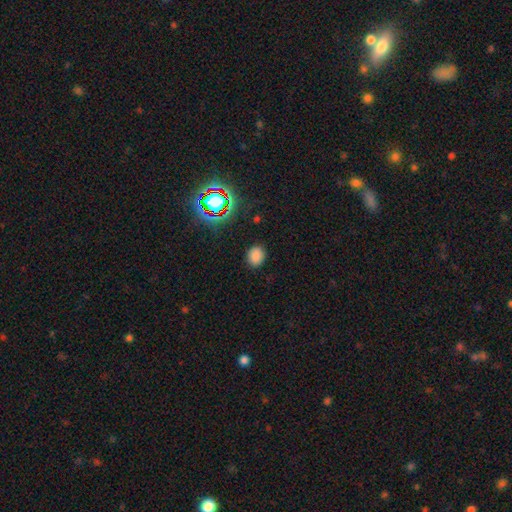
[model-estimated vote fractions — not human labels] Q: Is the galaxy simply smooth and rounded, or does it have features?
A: smooth — 79%.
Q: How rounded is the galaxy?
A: round — 53%.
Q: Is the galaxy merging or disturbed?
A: none — 86%.